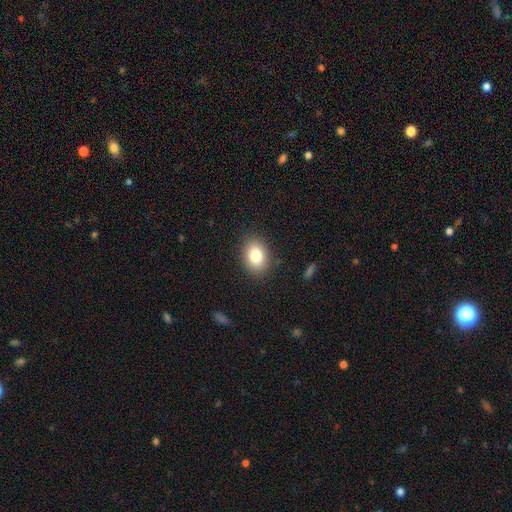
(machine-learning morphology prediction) A smooth galaxy with no disk features (81%) that is in between round and cigar-shaped (64%). Merging: none (87%).